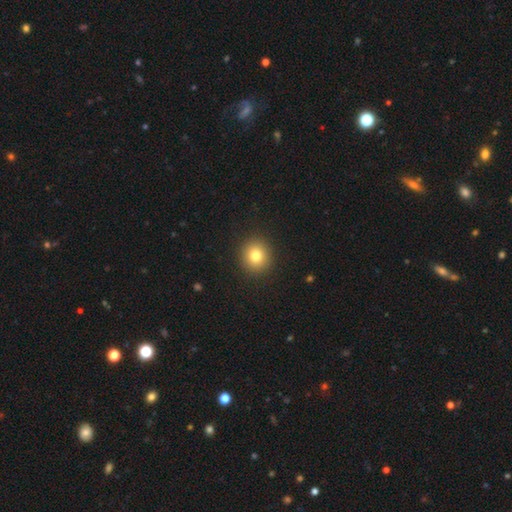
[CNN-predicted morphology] Q: Smooth or featured?
A: smooth (80%); runner-up: star or artifact (12%)
Q: How rounded?
A: round (88%); runner-up: in between (11%)
Q: Merging?
A: none (92%); runner-up: minor disturbance (5%)